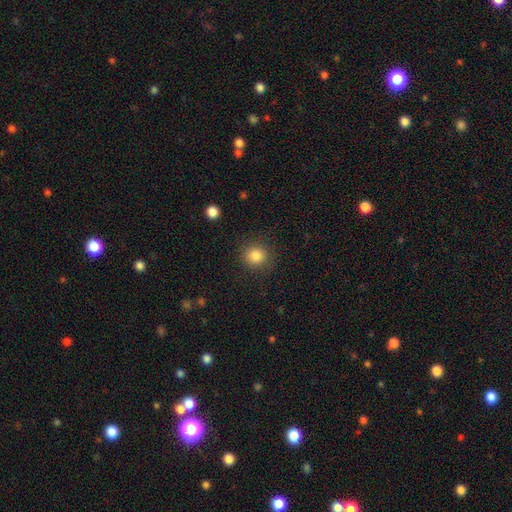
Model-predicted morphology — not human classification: A smooth galaxy with no disk features (85%) that is round (90%).

Vote fractions:
- Smooth or featured? smooth: 85% / star or artifact: 10% / featured or disk: 5%
- How rounded? round: 90% / in between: 9% / cigar-shaped: 1%
- Merging? none: 87% / minor disturbance: 8% / major disturbance: 3% / merger: 1%